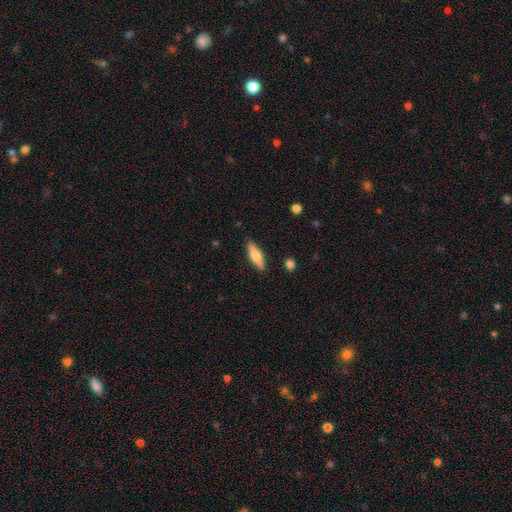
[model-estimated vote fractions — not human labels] Smooth or featured? smooth (54%)
How rounded? cigar-shaped (65%)
Merging? none (87%)